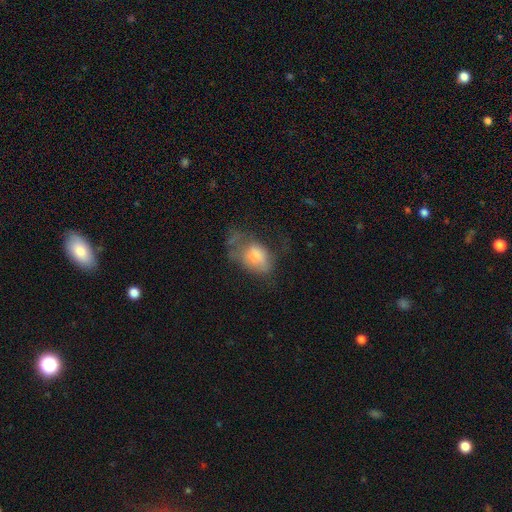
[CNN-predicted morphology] This appears to be a smooth galaxy with no disk features (69%) that is in between round and cigar-shaped (83%). Merging: major disturbance (47%).